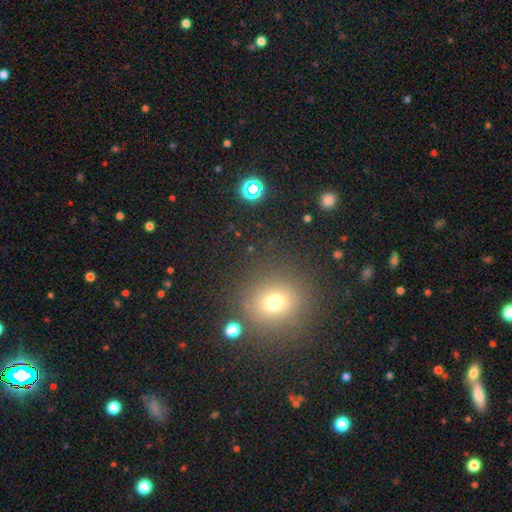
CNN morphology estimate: Smooth or featured? smooth (55%)
How rounded? round (83%)
Merging? none (88%)